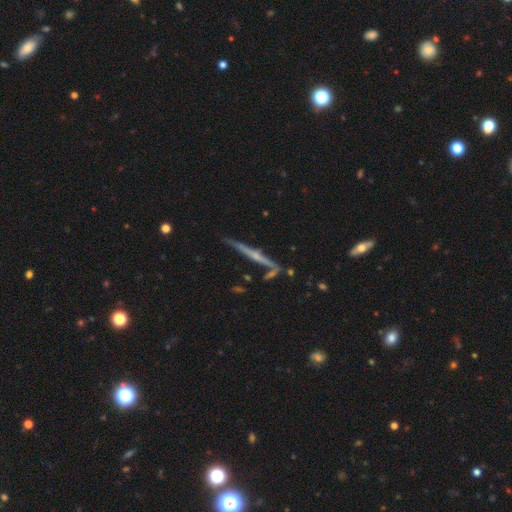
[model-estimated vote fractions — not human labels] Overall: featured or disk (76%). Edge-on disk: yes (94%). Edge-on bulge: rounded (58%; none 32%). Merging: none (67%).